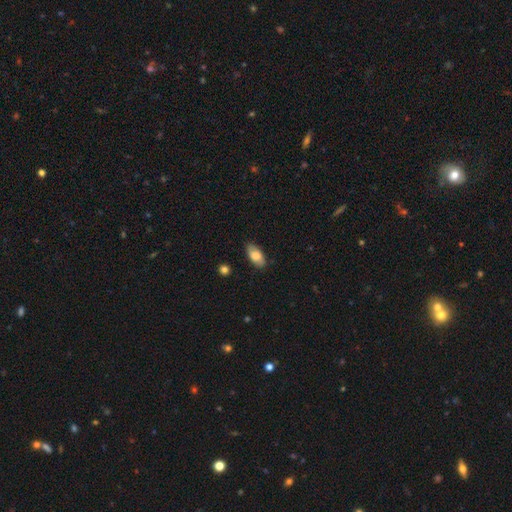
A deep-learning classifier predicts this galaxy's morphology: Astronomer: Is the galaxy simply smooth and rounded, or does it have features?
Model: smooth — 80%.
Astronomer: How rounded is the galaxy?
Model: in between — 92%.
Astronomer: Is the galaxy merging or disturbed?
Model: none — 84%.